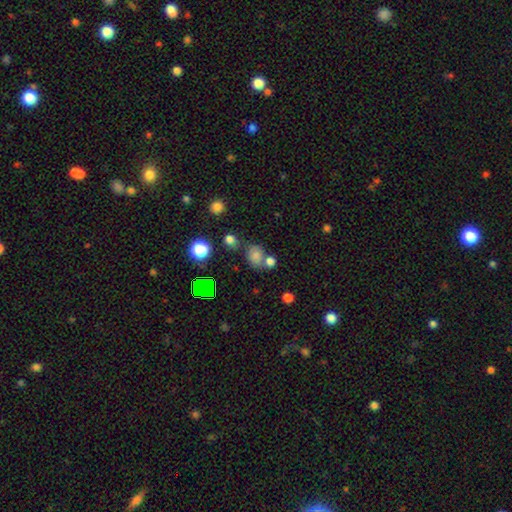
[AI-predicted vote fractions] This appears to be a smooth galaxy with no disk features (73%) that is round (53%). Merging: none (52%).